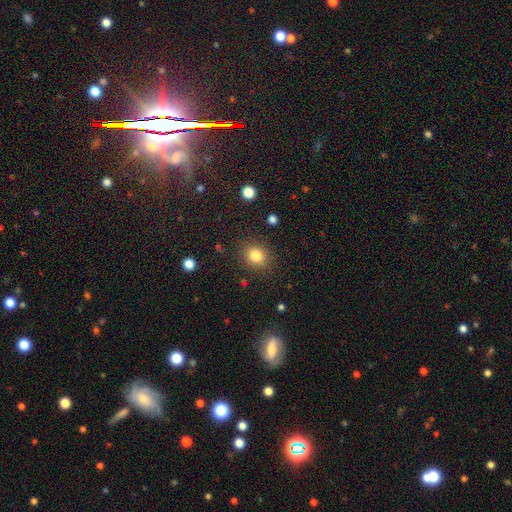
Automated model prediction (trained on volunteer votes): smooth_or_featured: smooth (p=0.83) [alt: star or artifact p=0.11]
how_rounded: round (p=0.72) [alt: in between p=0.27]
merging: none (p=0.86) [alt: minor disturbance p=0.09]